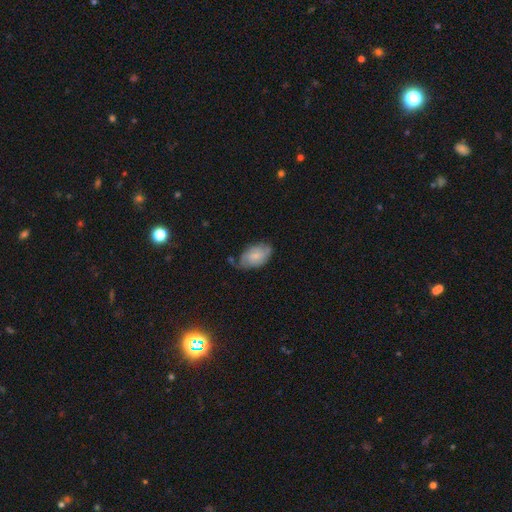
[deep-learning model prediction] A smooth galaxy with no disk features (56%) that is in between round and cigar-shaped (92%).

Vote fractions:
- Smooth or featured? smooth: 56% / featured or disk: 36% / star or artifact: 7%
- How rounded? in between: 92% / round: 6% / cigar-shaped: 2%
- Merging? none: 55% / minor disturbance: 33% / major disturbance: 9% / merger: 3%